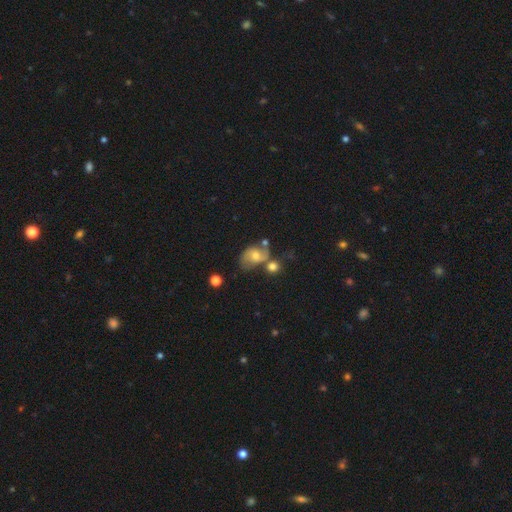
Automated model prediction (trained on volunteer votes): Smooth or featured? featured or disk (49%)
Merging? none (41%)